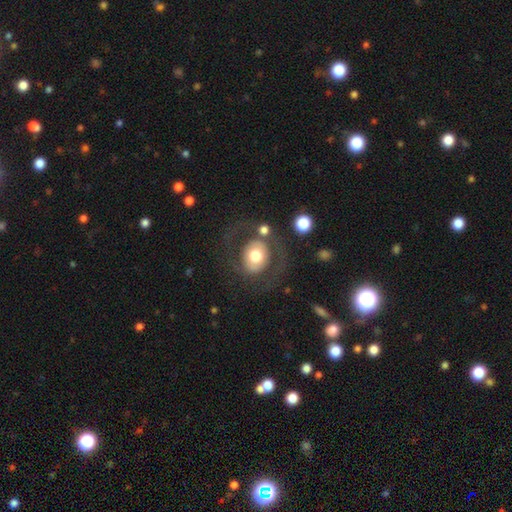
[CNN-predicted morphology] Q: Smooth or featured?
A: smooth (51%); runner-up: featured or disk (42%)
Q: How rounded?
A: round (67%); runner-up: in between (32%)
Q: Merging?
A: none (68%); runner-up: major disturbance (15%)